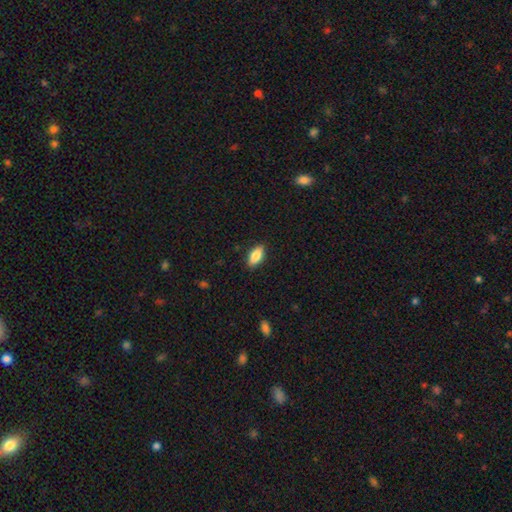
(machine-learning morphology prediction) A smooth galaxy with no disk features (81%) that is in between round and cigar-shaped (87%).

Vote fractions:
- Smooth or featured? smooth: 81% / featured or disk: 12% / star or artifact: 7%
- How rounded? in between: 87% / cigar-shaped: 11% / round: 3%
- Merging? none: 88% / minor disturbance: 9% / major disturbance: 2% / merger: 1%